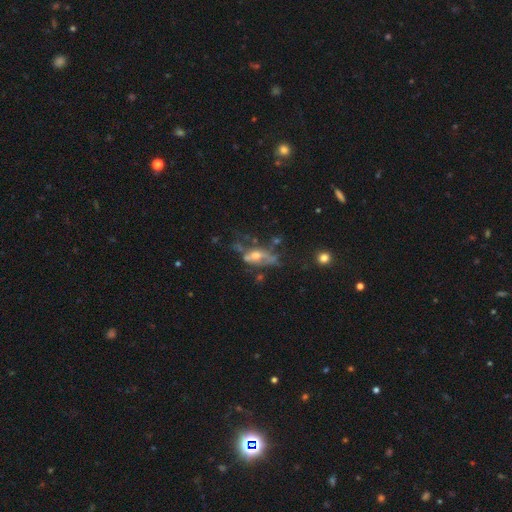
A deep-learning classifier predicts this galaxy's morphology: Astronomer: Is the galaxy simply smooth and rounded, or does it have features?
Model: featured or disk — 61%.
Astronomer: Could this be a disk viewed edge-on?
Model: no — 73%.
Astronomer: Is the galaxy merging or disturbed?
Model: none — 32%, tied with major disturbance at 32%.